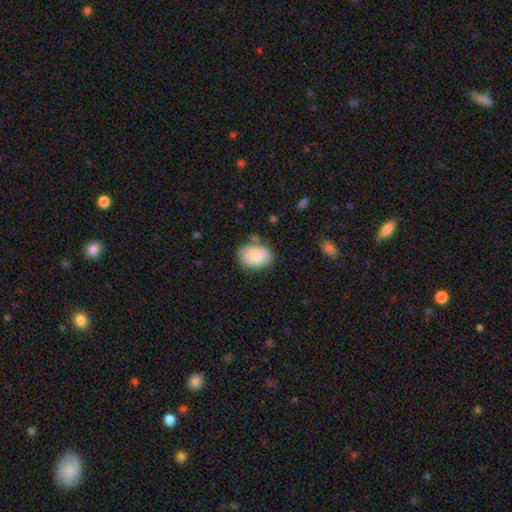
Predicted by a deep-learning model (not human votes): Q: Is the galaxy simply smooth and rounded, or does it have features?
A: smooth — 79%.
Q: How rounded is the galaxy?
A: in between — 82%.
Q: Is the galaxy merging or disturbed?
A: none — 72%.